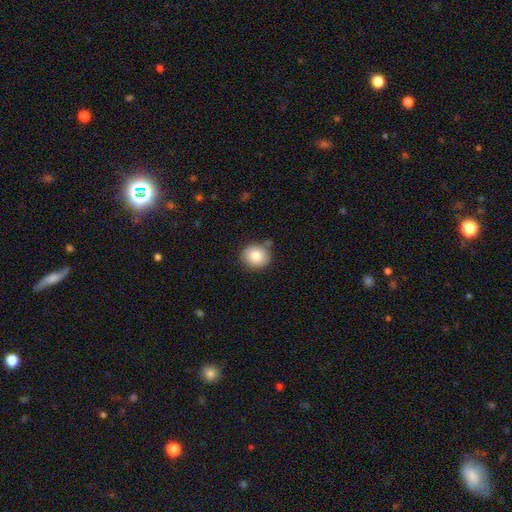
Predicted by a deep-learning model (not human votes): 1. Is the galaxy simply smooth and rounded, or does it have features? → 83% smooth, 9% featured or disk, 9% star or artifact.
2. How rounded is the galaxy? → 79% round, 20% in between, 1% cigar-shaped.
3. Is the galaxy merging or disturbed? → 76% none, 16% minor disturbance, 5% merger, 3% major disturbance.